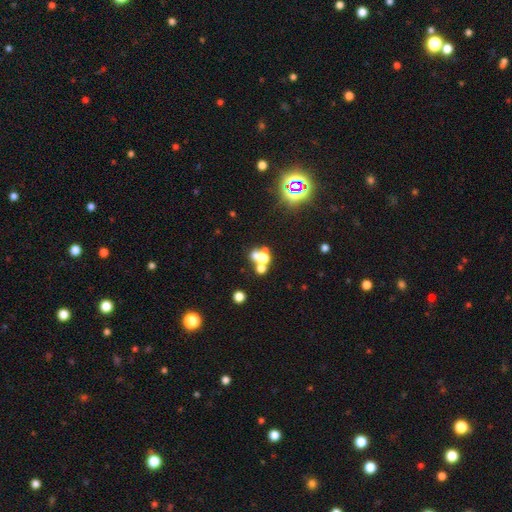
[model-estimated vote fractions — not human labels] Morphology: type=smooth (47%); merging=none (47%).